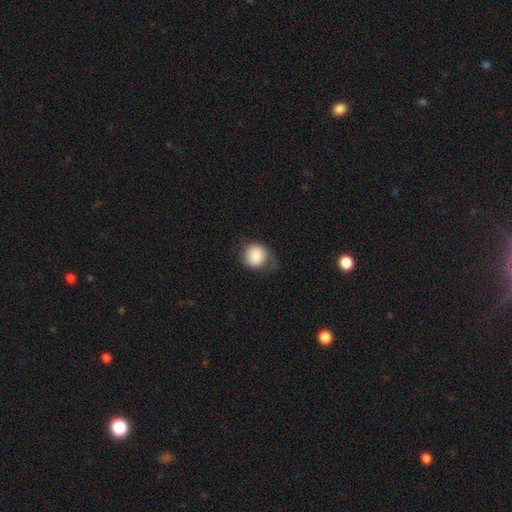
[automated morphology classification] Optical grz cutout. It shows a smooth galaxy with no disk features (83%) that is round (81%). Merging: none (47%).